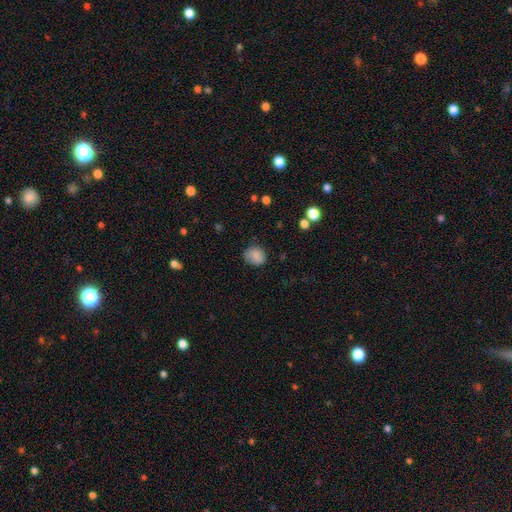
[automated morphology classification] A smooth galaxy with no disk features (83%) that is round (70%).

Vote fractions:
- Smooth or featured? smooth: 83% / star or artifact: 10% / featured or disk: 7%
- How rounded? round: 70% / in between: 29% / cigar-shaped: 1%
- Merging? none: 75% / minor disturbance: 19% / major disturbance: 5% / merger: 1%